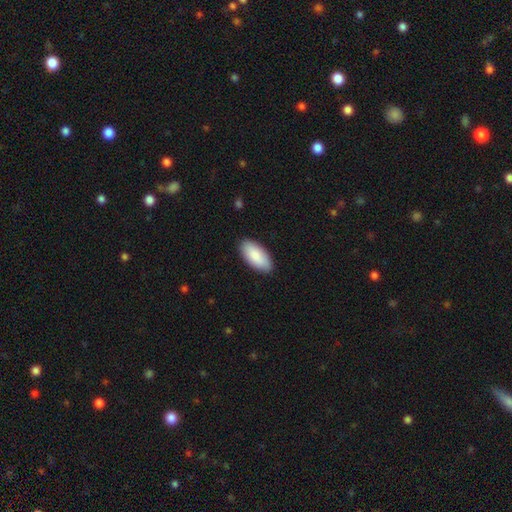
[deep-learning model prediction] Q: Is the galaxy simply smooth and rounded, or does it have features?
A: smooth — 88%.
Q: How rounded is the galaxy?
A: in between — 93%.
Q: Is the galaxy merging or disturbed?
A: none — 89%.